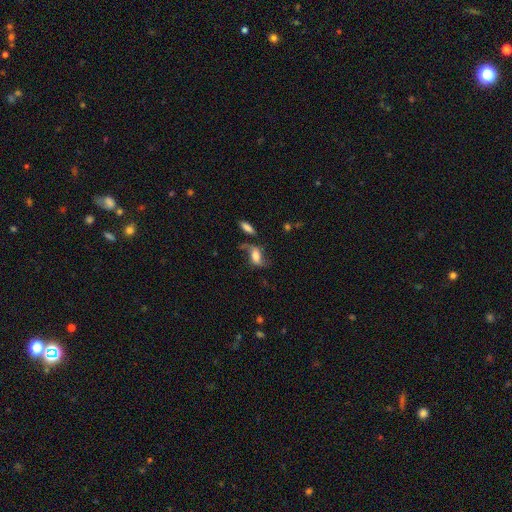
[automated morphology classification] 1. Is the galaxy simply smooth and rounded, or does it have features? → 52% featured or disk, 37% smooth, 11% star or artifact.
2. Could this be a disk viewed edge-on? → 87% no, 13% yes.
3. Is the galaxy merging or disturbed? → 51% none, 21% minor disturbance, 16% major disturbance, 11% merger.